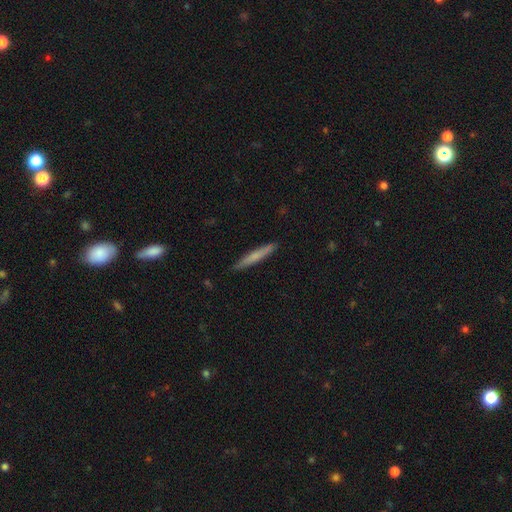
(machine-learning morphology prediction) smooth_or_featured: smooth (p=0.66) [alt: featured or disk p=0.29]
how_rounded: cigar-shaped (p=0.95) [alt: in between p=0.03]
merging: none (p=0.90) [alt: minor disturbance p=0.07]